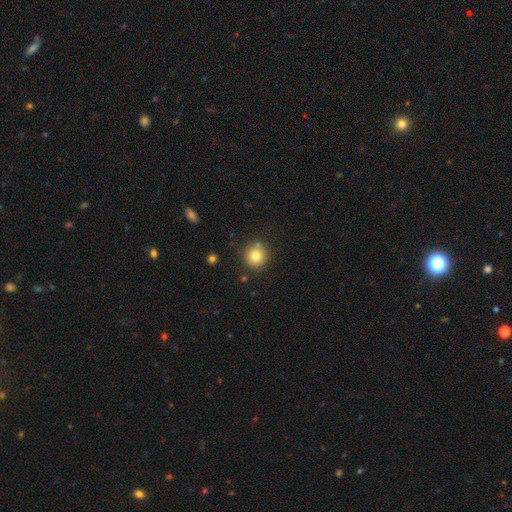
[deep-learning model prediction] This appears to be a smooth galaxy with no disk features (79%) that is round (93%). Merging: none (81%).